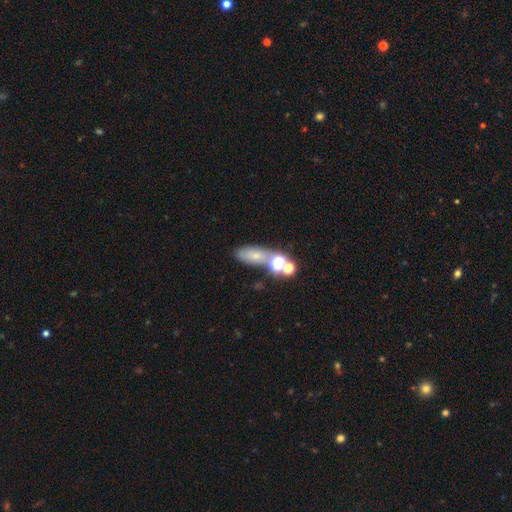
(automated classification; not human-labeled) Q: Smooth or featured?
A: smooth (59%); runner-up: star or artifact (23%)
Q: How rounded?
A: in between (64%); runner-up: round (20%)
Q: Merging?
A: none (51%); runner-up: merger (26%)